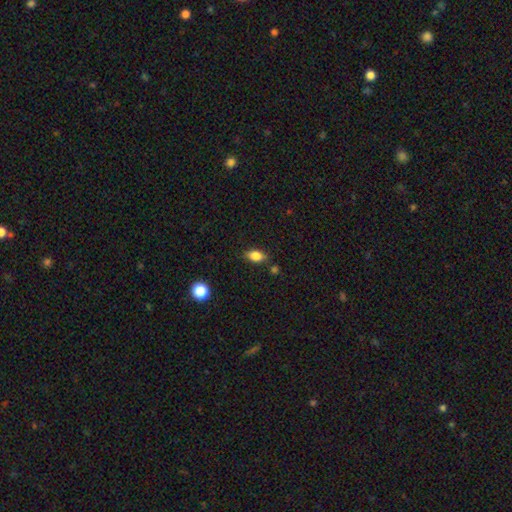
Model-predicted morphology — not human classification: A smooth galaxy with no disk features (82%) that is in between round and cigar-shaped (85%). Merging: none (78%).